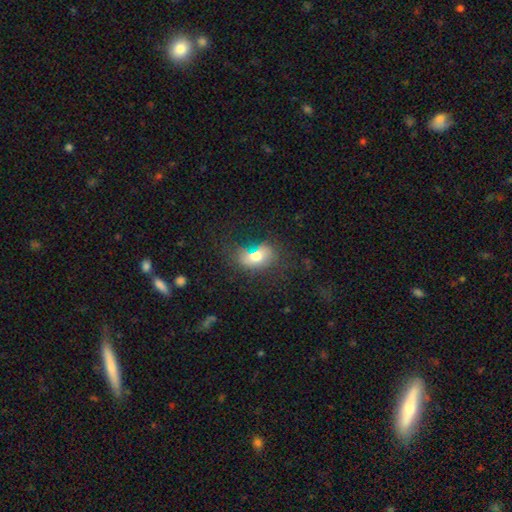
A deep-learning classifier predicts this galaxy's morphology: type=smooth (71%); roundness=in between (78%); merging=none (54%).